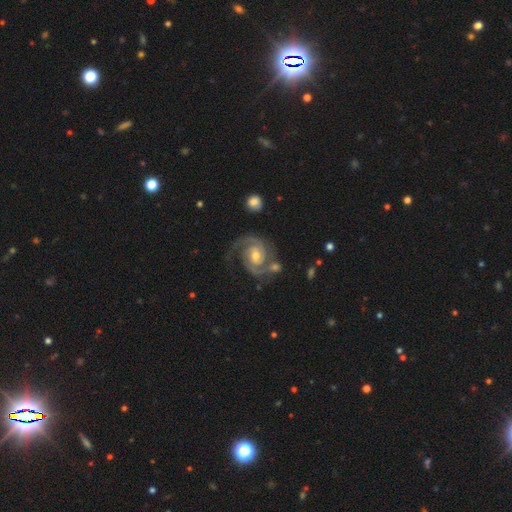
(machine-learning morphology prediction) smooth_or_featured: featured or disk (p=0.93) [alt: star or artifact p=0.04]
disk_edge_on: no (p=0.98) [alt: yes p=0.02]
bar: no (p=0.54) [alt: weak p=0.35]
has_spiral_arms: yes (p=0.99) [alt: no p=0.01]
spiral_winding: tight (p=0.50) [alt: medium p=0.43]
spiral_arm_count: 2 (p=0.91) [alt: 3 p=0.03]
bulge_size: moderate (p=0.61) [alt: small p=0.33]
merging: none (p=0.71) [alt: minor disturbance p=0.16]